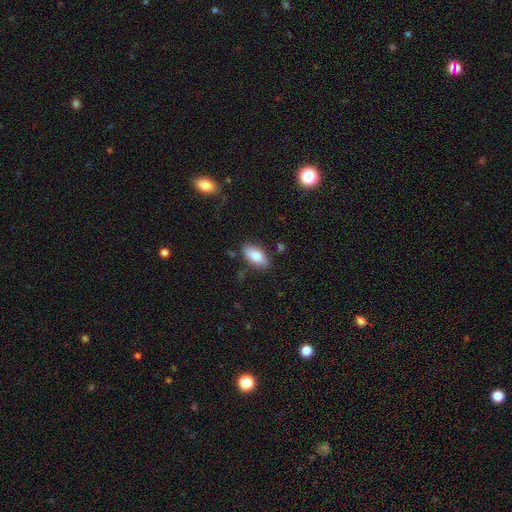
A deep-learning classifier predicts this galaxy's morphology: This is clearly a smooth galaxy (82%). How rounded: clearly in between (89%). Merging: clearly none (81%).